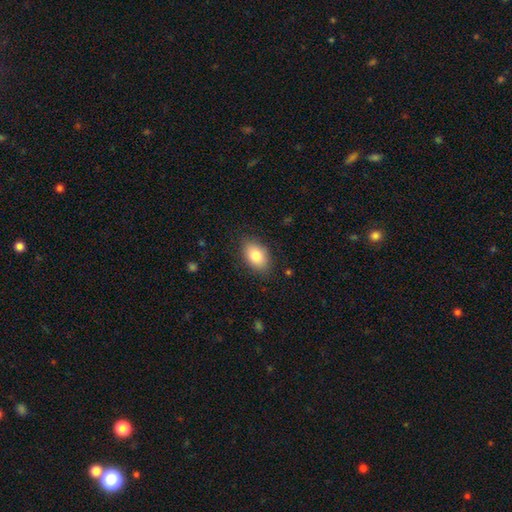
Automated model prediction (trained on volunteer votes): smooth-or-featured: smooth: 83% | featured or disk: 9% | star or artifact: 7%
  how-rounded: in between: 89% | round: 9% | cigar-shaped: 2%
  merging: none: 84% | minor disturbance: 12% | major disturbance: 3% | merger: 1%